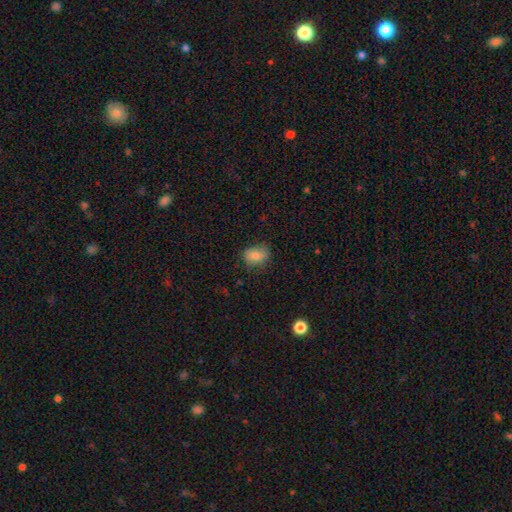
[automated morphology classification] Smooth or featured? smooth (77%)
How rounded? in between (62%)
Merging? none (69%)